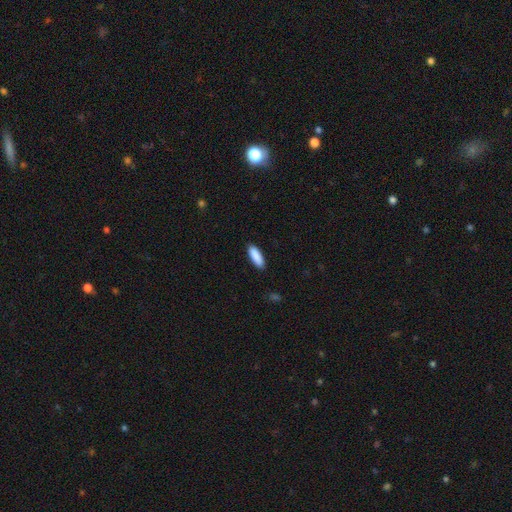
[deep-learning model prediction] Smooth or featured: smooth — 90% (star or artifact — 6%)
How rounded: in between — 62% (cigar-shaped — 37%)
Merging: none — 89% (minor disturbance — 9%)